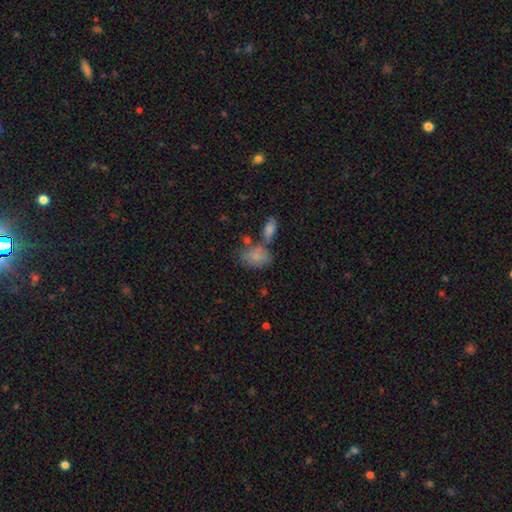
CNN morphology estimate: Smooth or featured? smooth (80%)
How rounded? in between (78%)
Merging? none (49%)